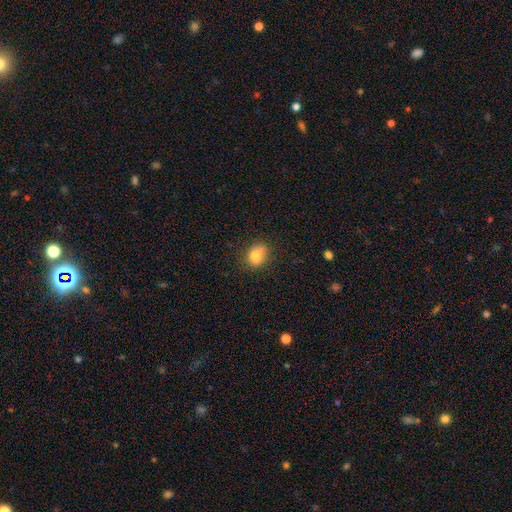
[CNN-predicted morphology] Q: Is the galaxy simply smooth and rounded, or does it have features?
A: smooth — 80%.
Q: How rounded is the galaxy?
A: in between — 54%.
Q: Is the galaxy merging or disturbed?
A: none — 58%.